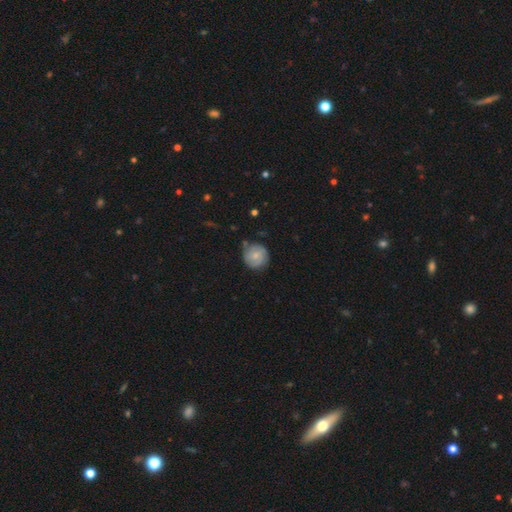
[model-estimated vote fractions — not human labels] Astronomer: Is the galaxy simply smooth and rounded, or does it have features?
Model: featured or disk — 47% (runner-up: smooth, 46%).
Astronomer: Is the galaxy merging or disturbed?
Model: none — 73%.